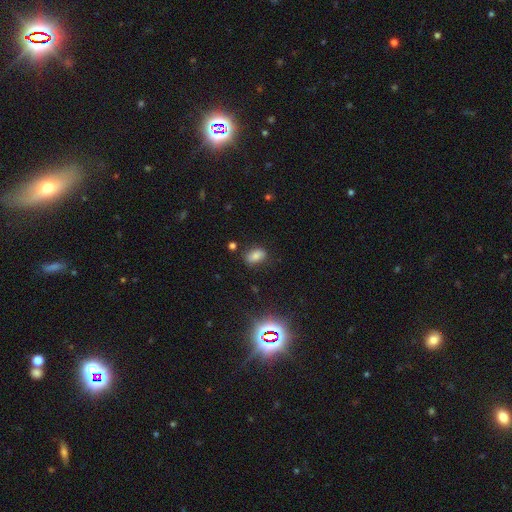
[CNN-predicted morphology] The model was most divided on "smooth or featured": smooth: 74%, star or artifact: 17%, featured or disk: 9%. More confident: how rounded — in between (87%); merging — none (80%).